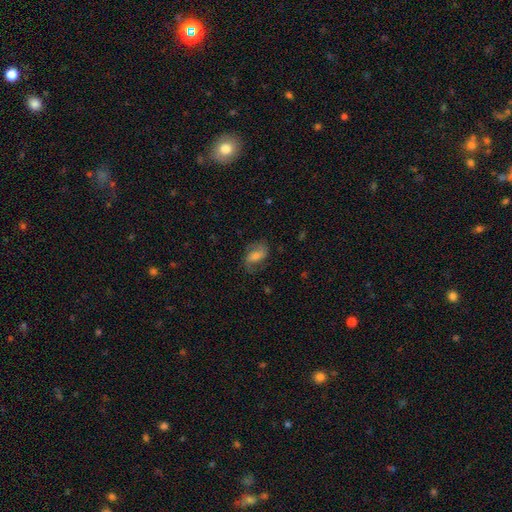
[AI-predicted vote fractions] smooth_or_featured: featured or disk (p=0.49) [alt: smooth p=0.42]
merging: none (p=0.65) [alt: minor disturbance p=0.21]